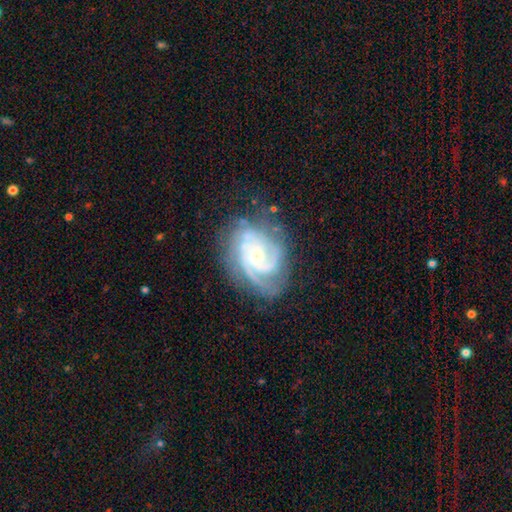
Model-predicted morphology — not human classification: This appears to be a featured or disk galaxy (89%) with no bar (69%), 3 (41%) tight (60%) spiral arms (98%) and a small central bulge (66%). Merging: none (70%).